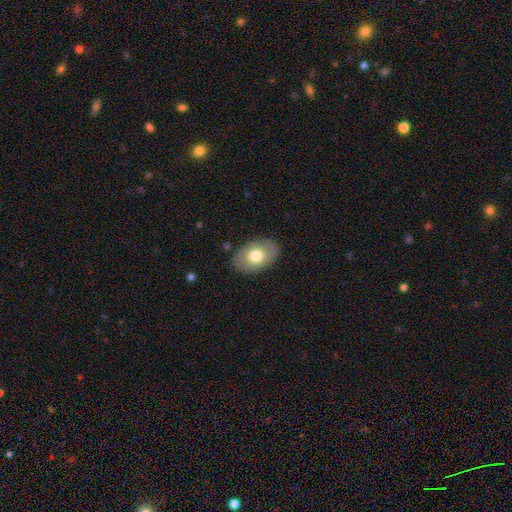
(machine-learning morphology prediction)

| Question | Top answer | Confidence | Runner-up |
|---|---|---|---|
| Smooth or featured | smooth | 67% | featured or disk (27%) |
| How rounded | in between | 87% | round (12%) |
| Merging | none | 84% | minor disturbance (11%) |